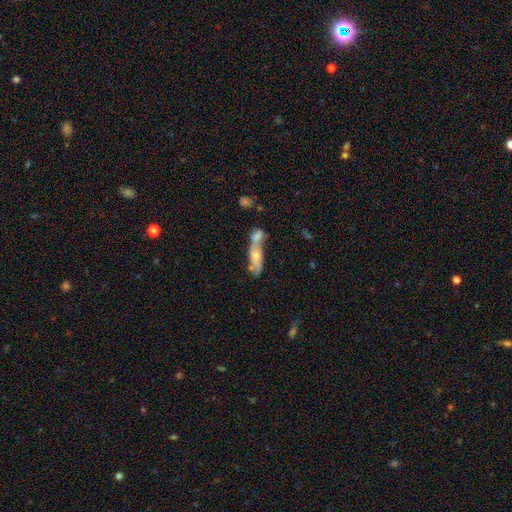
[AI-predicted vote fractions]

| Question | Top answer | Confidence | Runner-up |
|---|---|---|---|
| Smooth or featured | smooth | 47% | featured or disk (45%) |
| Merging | merger | 55% | none (25%) |